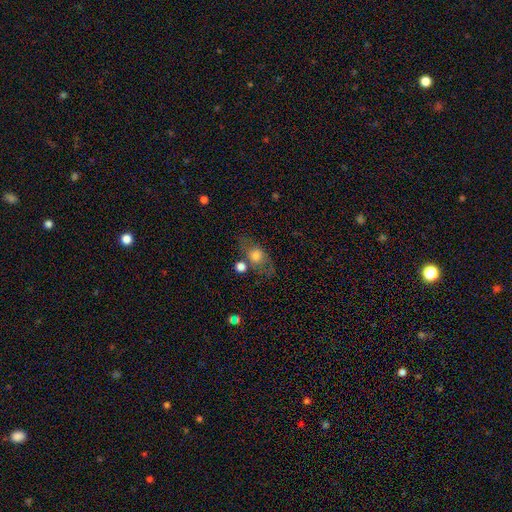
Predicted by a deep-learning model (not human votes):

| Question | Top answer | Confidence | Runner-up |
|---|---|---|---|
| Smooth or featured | smooth | 54% | featured or disk (34%) |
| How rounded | in between | 60% | round (32%) |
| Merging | none | 65% | minor disturbance (16%) |